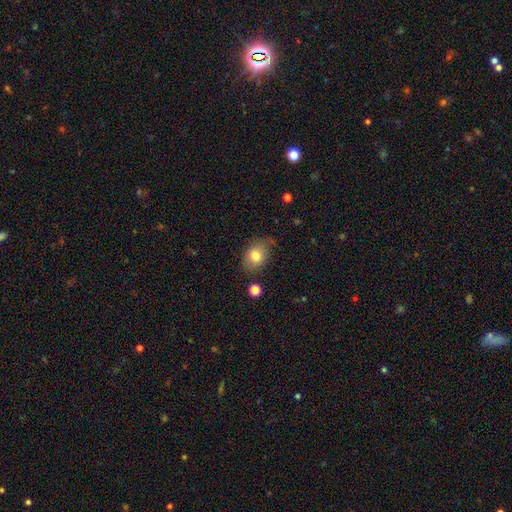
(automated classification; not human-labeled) A smooth galaxy with no disk features (78%) that is in between round and cigar-shaped (71%).

Vote fractions:
- Smooth or featured? smooth: 78% / featured or disk: 13% / star or artifact: 9%
- How rounded? in between: 71% / round: 28% / cigar-shaped: 1%
- Merging? none: 70% / minor disturbance: 21% / major disturbance: 6% / merger: 3%